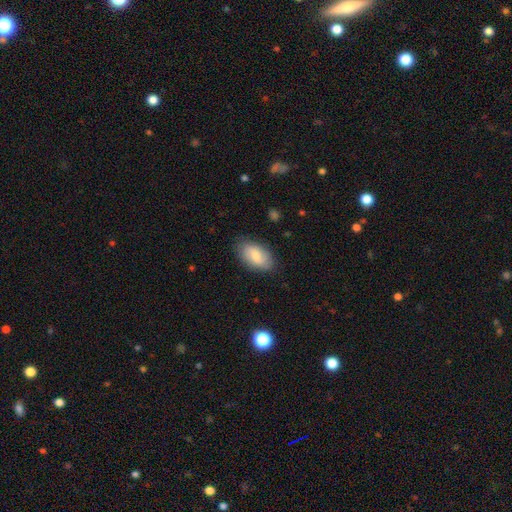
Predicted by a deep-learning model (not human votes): smooth 74%, featured or disk 19%, star or artifact 6%. Down the decision tree: how rounded — in between (94%); merging — none (83%).